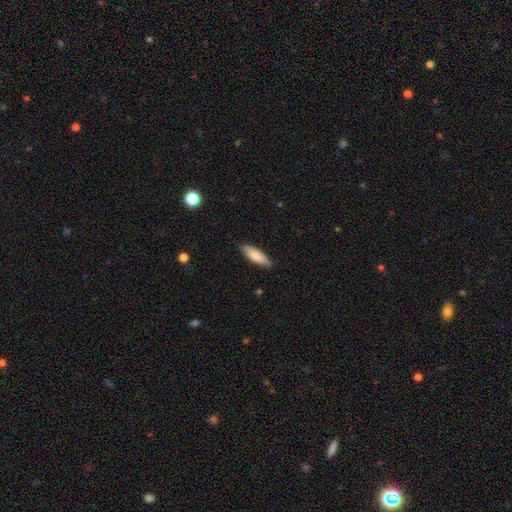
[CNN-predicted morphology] Smooth or featured?
  - smooth: 82% *
  - featured or disk: 13%
  - star or artifact: 6%
How rounded?
  - in between: 54% *
  - cigar-shaped: 44%
  - round: 2%
Merging?
  - none: 88% *
  - minor disturbance: 10%
  - major disturbance: 2%
  - merger: 1%